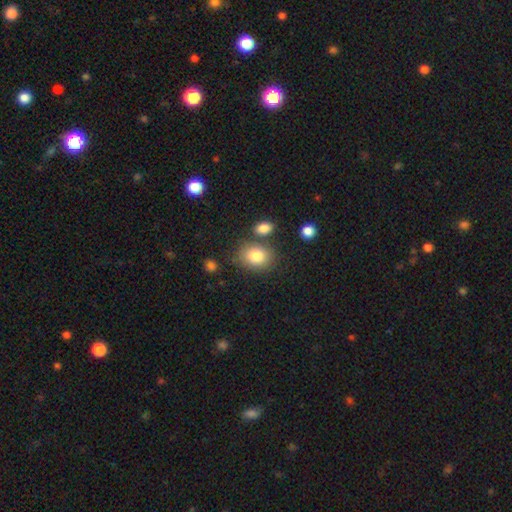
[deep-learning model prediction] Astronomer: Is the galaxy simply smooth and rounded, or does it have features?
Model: smooth — 82%.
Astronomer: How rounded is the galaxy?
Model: in between — 60% (runner-up: round, 39%).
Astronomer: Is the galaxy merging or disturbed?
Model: none — 71%.